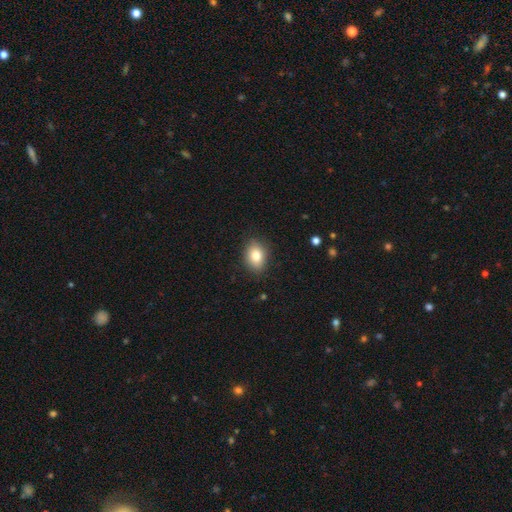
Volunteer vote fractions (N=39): This is clearly a smooth galaxy (92%). How rounded: likely in between (78%). Merging: clearly none (86%).